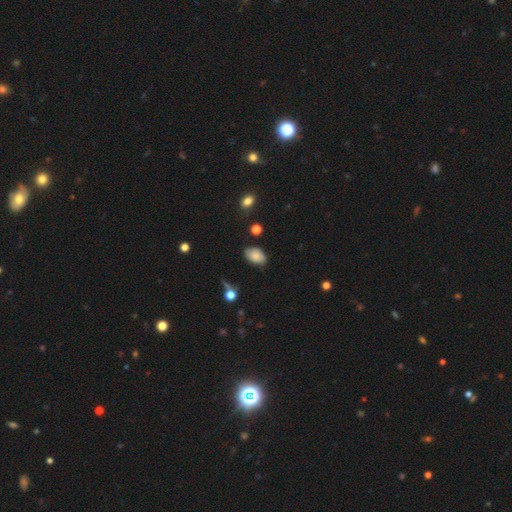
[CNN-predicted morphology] Smooth or featured?
  - smooth: 80% *
  - featured or disk: 11%
  - star or artifact: 9%
How rounded?
  - in between: 90% *
  - round: 9%
  - cigar-shaped: 1%
Merging?
  - none: 74% *
  - minor disturbance: 20%
  - major disturbance: 4%
  - merger: 2%